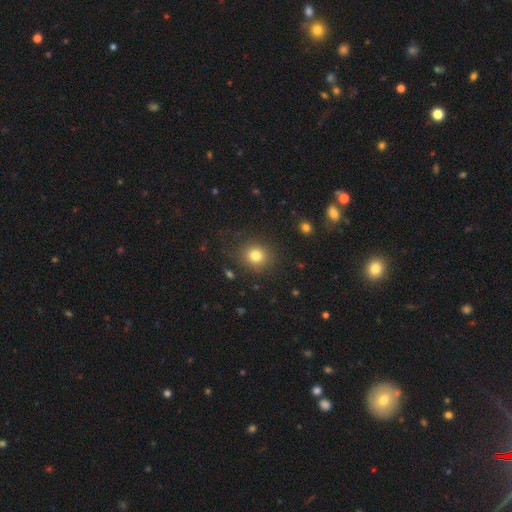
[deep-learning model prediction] Overall: smooth (80%). How rounded: round (80%). Merging: none (85%).